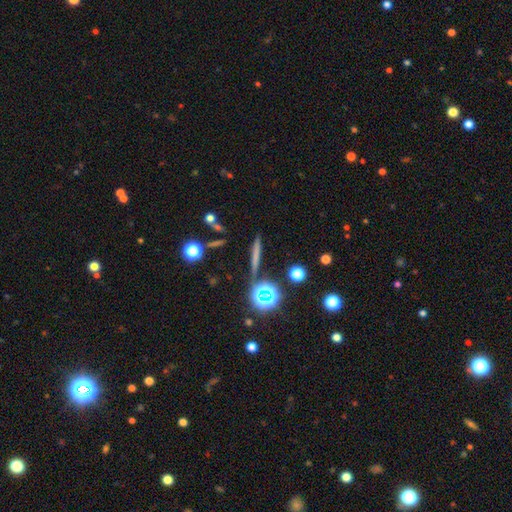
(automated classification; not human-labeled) Q: Smooth or featured?
A: smooth (54%); runner-up: featured or disk (27%)
Q: How rounded?
A: cigar-shaped (85%); runner-up: round (9%)
Q: Merging?
A: none (85%); runner-up: minor disturbance (9%)